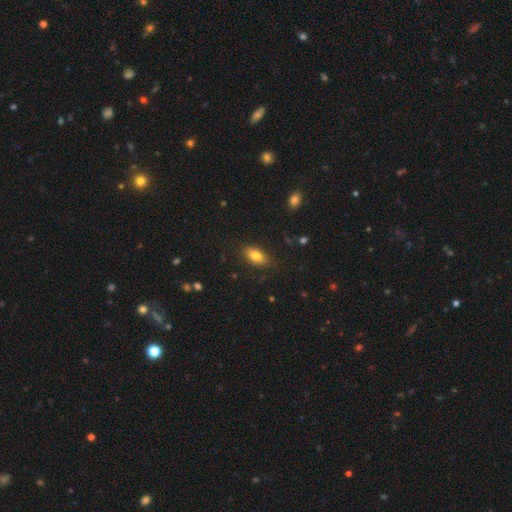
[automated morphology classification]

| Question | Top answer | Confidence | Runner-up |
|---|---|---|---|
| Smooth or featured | smooth | 82% | featured or disk (10%) |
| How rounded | in between | 88% | cigar-shaped (7%) |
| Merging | none | 83% | minor disturbance (12%) |